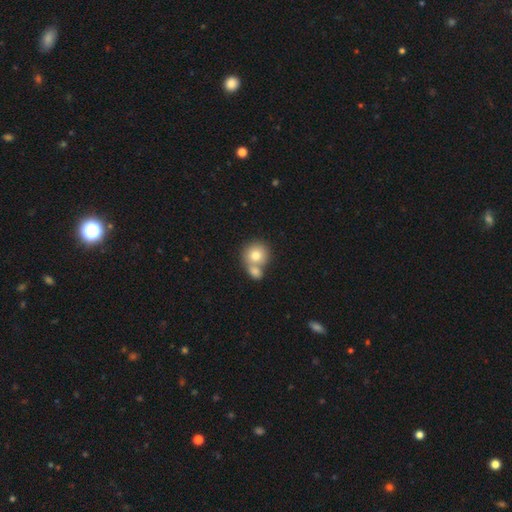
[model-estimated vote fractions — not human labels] Smooth or featured? smooth (76%)
How rounded? round (85%)
Merging? merger (50%)